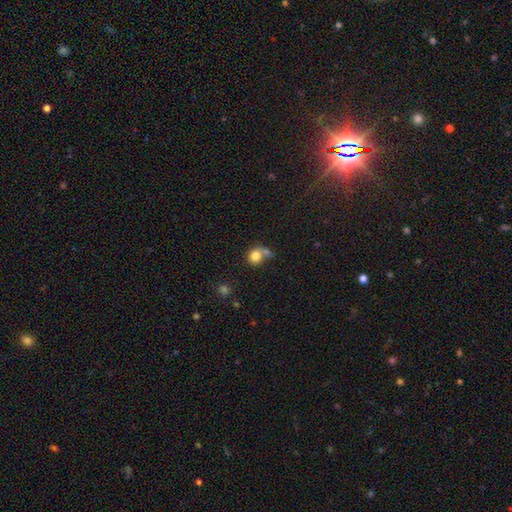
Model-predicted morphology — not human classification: Overall: smooth (80%). How rounded: round (77%). Merging: none (44%; merger 35%).